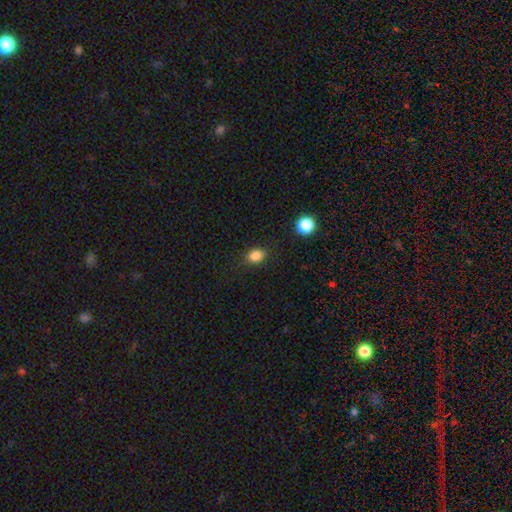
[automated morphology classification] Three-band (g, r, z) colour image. It shows a smooth galaxy with no disk features (84%) that is in between round and cigar-shaped (52%). Merging: none (84%).